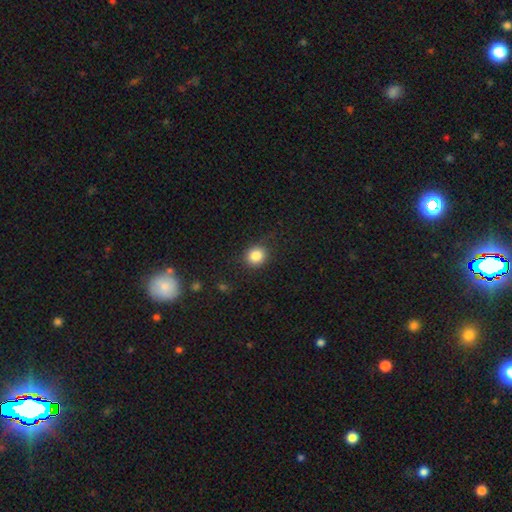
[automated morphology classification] smooth_or_featured: smooth (p=0.84) [alt: star or artifact p=0.11]
how_rounded: round (p=0.85) [alt: in between p=0.14]
merging: none (p=0.84) [alt: minor disturbance p=0.11]